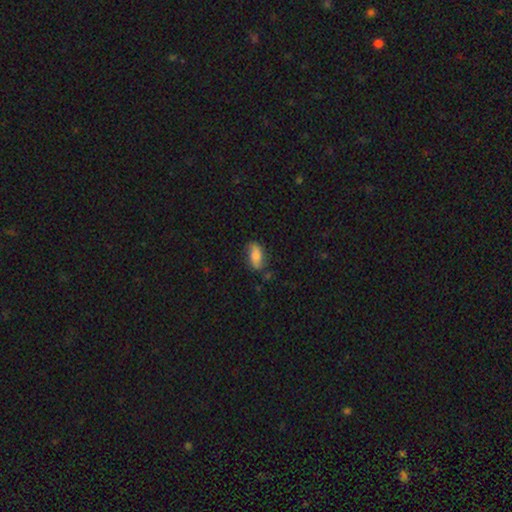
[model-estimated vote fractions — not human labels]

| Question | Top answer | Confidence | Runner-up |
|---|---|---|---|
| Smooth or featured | smooth | 64% | featured or disk (28%) |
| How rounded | in between | 83% | cigar-shaped (13%) |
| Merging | none | 72% | minor disturbance (20%) |